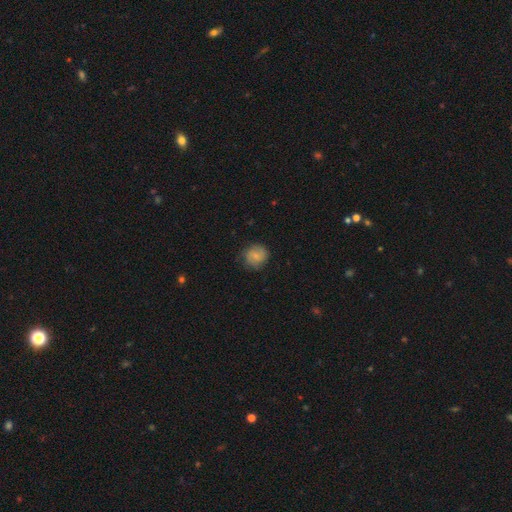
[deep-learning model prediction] Smooth or featured? Predicted: smooth (p=0.69). How rounded? Predicted: round (p=0.86). Merging? Predicted: none (p=0.80).